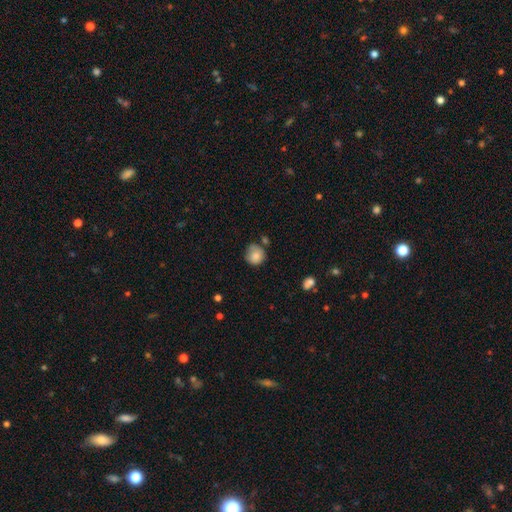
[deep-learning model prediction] This appears to be a smooth galaxy with no disk features (84%) that is round (87%). Merging: none (61%).